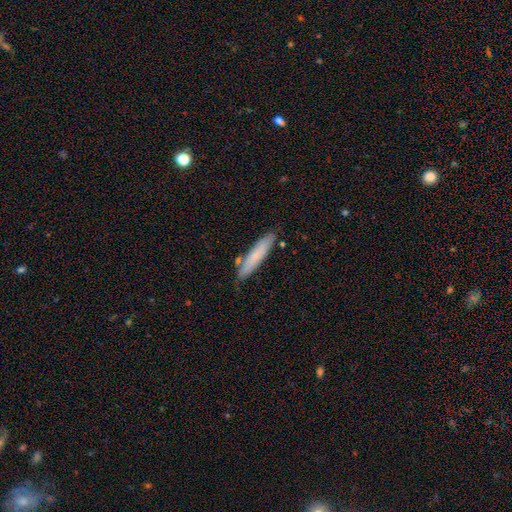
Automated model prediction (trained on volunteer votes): Smooth or featured: smooth — 74% (featured or disk — 20%)
How rounded: cigar-shaped — 87% (in between — 12%)
Merging: none — 82% (minor disturbance — 13%)